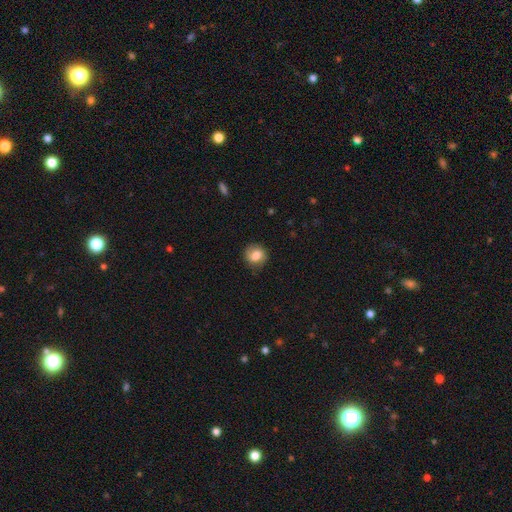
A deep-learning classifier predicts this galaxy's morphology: smooth-or-featured: smooth: 75% | featured or disk: 16% | star or artifact: 9%
  how-rounded: round: 80% | in between: 19% | cigar-shaped: 1%
  merging: none: 81% | minor disturbance: 14% | major disturbance: 4% | merger: 1%